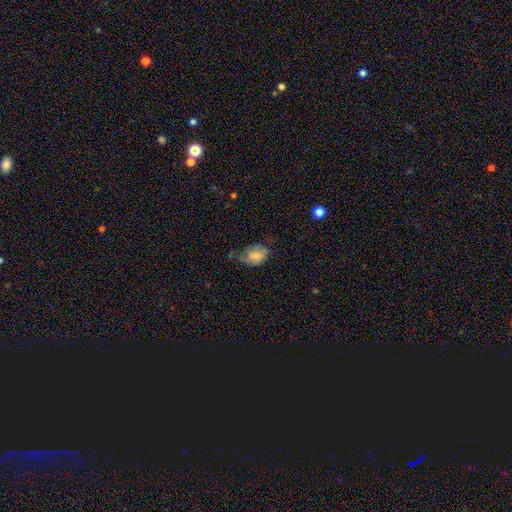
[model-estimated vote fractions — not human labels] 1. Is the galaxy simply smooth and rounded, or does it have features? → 73% smooth, 18% featured or disk, 9% star or artifact.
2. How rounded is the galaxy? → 76% in between, 23% round, 1% cigar-shaped.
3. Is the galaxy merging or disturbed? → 38% minor disturbance (tied), 38% none (tied), 20% major disturbance, 4% merger.